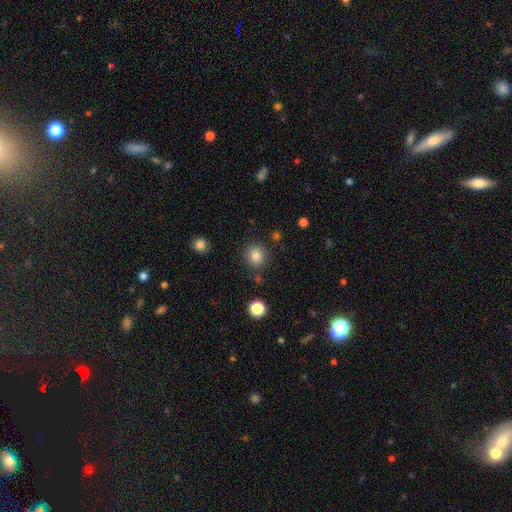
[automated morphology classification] type=smooth (84%); roundness=round (82%); merging=none (83%).